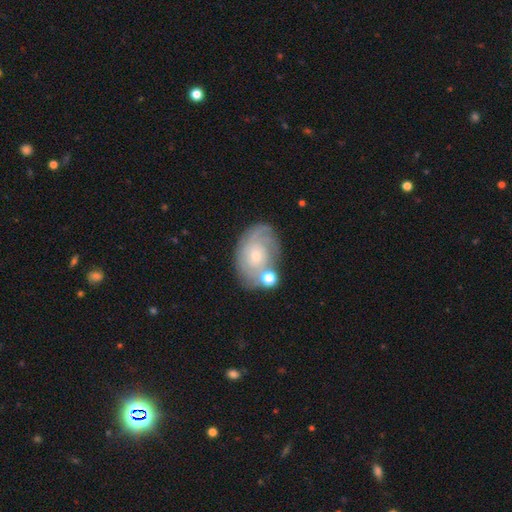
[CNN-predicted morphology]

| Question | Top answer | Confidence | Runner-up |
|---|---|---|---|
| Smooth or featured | featured or disk | 73% | smooth (20%) |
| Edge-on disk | no | 96% | yes (4%) |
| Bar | no | 79% | weak (18%) |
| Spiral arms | yes | 88% | no (12%) |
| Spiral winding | tight | 68% | medium (24%) |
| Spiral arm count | can't tell | 46% | 2 (21%) |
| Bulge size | small | 65% | moderate (29%) |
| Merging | none | 60% | minor disturbance (19%) |